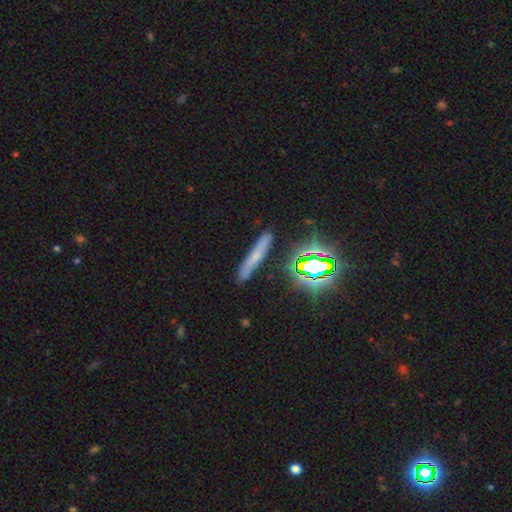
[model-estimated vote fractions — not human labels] This appears to be a smooth galaxy with no disk features (51%) that is cigar-shaped (87%). Merging: none (83%).